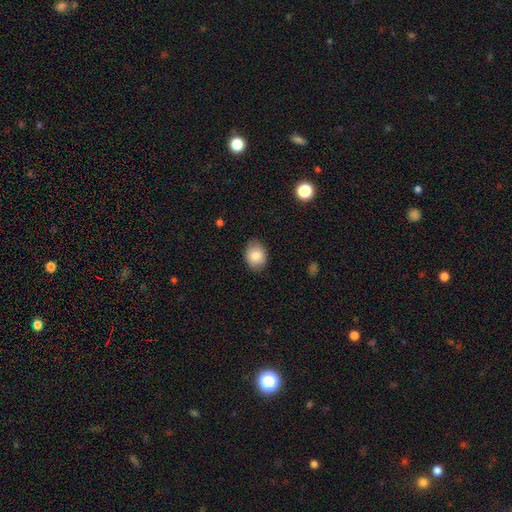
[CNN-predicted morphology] Smooth or featured? smooth (84%)
How rounded? in between (53%)
Merging? none (85%)